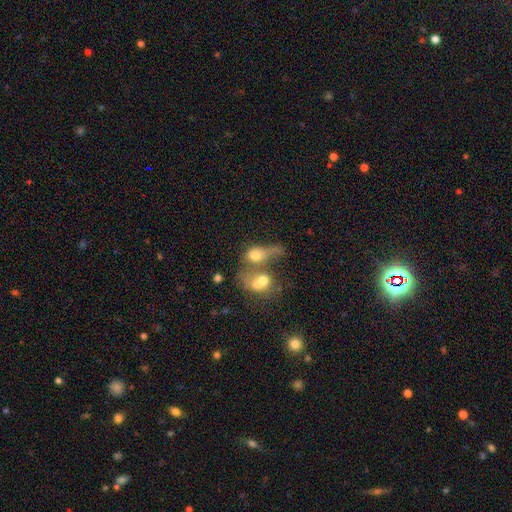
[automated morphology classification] Overall: smooth (59%; featured or disk 29%). How rounded: in between (49%; round 48%). Merging: merger (69%).